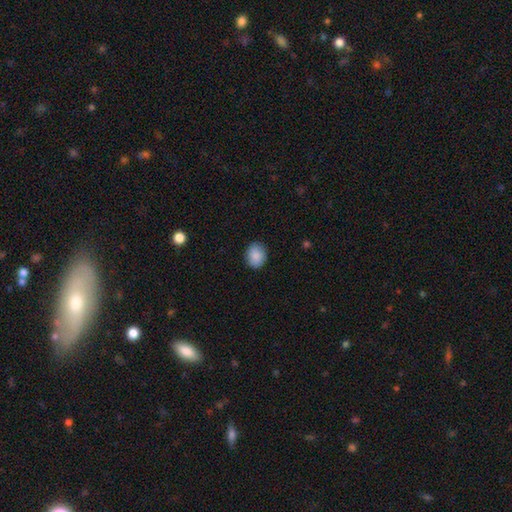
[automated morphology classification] A smooth galaxy with no disk features (88%) that is round (50%). Merging: none (88%).